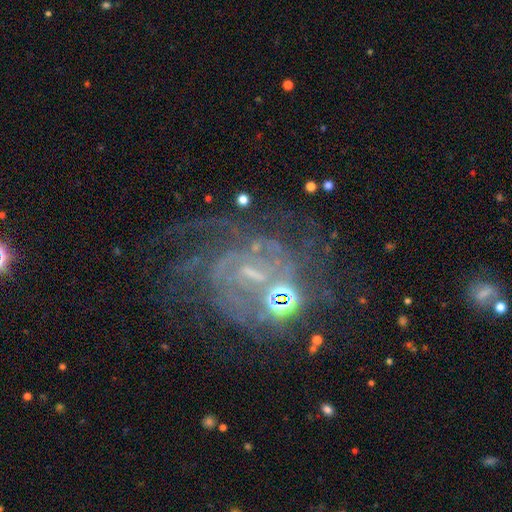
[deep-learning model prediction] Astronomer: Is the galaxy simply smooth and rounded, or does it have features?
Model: featured or disk — 75%.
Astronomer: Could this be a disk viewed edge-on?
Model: no — 98%.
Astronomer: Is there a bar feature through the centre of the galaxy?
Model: no — 58%.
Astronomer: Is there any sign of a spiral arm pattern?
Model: yes — 80%.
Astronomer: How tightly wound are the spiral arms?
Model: tight — 45% (runner-up: medium, 37%).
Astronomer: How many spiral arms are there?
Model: can't tell — 43%.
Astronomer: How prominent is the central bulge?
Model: small — 56%.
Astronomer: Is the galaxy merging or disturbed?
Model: none — 45% (runner-up: major disturbance, 26%).